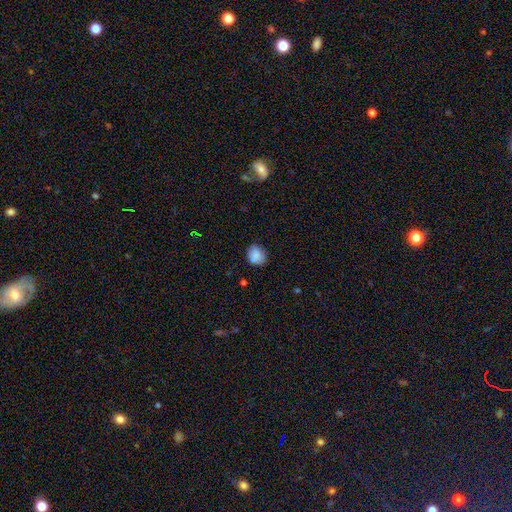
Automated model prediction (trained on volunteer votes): The model was most divided on "how rounded": round: 64%, in between: 35%, cigar-shaped: 1%. More confident: smooth or featured — smooth (86%); merging — none (76%).